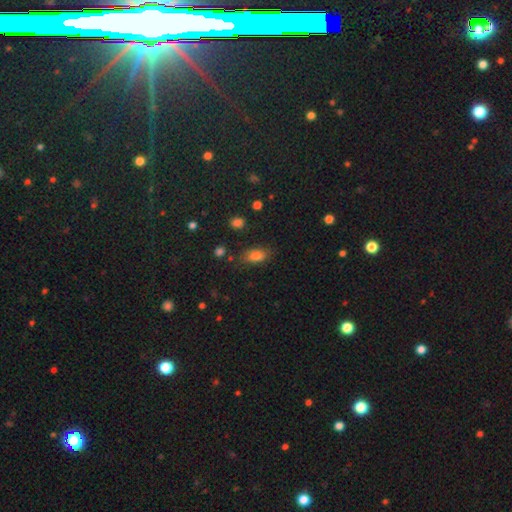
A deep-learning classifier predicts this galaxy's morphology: smooth-or-featured: smooth: 80% | star or artifact: 11% | featured or disk: 9%
  how-rounded: in between: 86% | round: 7% | cigar-shaped: 7%
  merging: none: 76% | minor disturbance: 16% | major disturbance: 5% | merger: 3%